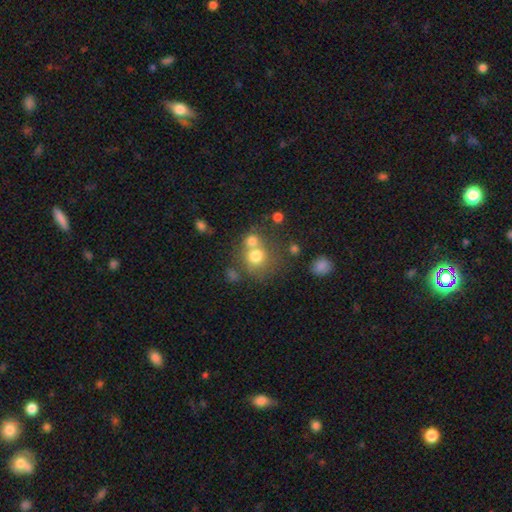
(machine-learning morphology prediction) The model was most divided on "merging": none: 44%, merger: 41%, minor disturbance: 9%, major disturbance: 5%. More confident: how rounded — round (83%); smooth or featured — smooth (72%).